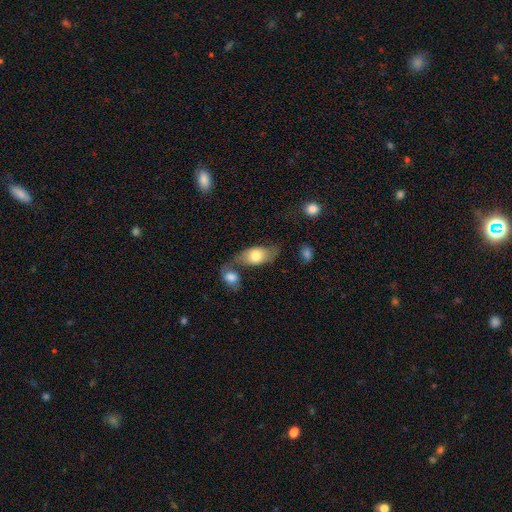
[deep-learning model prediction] A smooth galaxy with no disk features (69%) that is in between round and cigar-shaped (90%).

Vote fractions:
- Smooth or featured? smooth: 69% / featured or disk: 25% / star or artifact: 6%
- How rounded? in between: 90% / round: 6% / cigar-shaped: 4%
- Merging? none: 43% / merger: 31% / minor disturbance: 18% / major disturbance: 9%